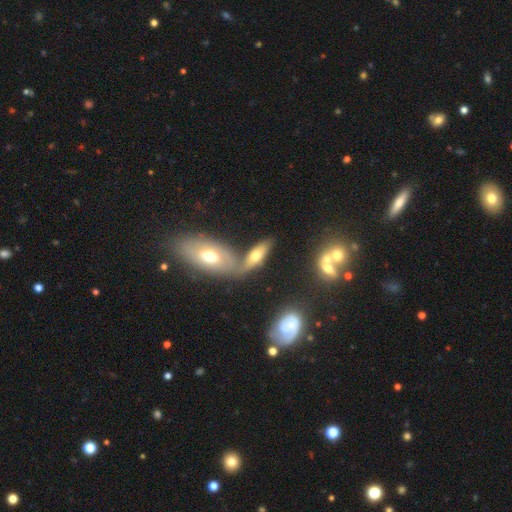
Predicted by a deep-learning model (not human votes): A smooth galaxy with no disk features (56%) that is in between round and cigar-shaped (79%).

Vote fractions:
- Smooth or featured? smooth: 56% / featured or disk: 35% / star or artifact: 9%
- How rounded? in between: 79% / cigar-shaped: 17% / round: 4%
- Merging? merger: 43% / none: 39% / minor disturbance: 12% / major disturbance: 6%